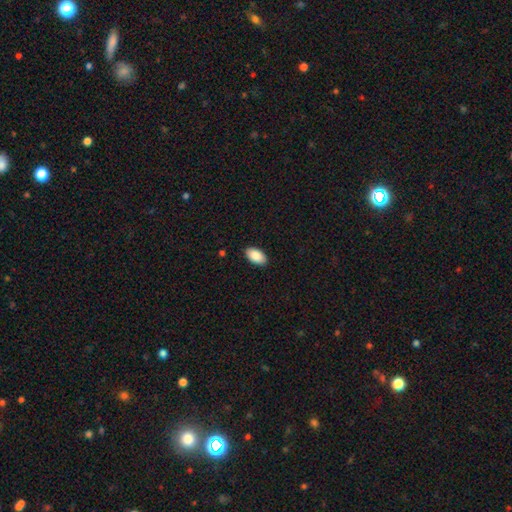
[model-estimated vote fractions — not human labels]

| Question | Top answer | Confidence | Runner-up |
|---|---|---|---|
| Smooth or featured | smooth | 89% | star or artifact (7%) |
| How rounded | in between | 95% | round (3%) |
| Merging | none | 89% | minor disturbance (8%) |